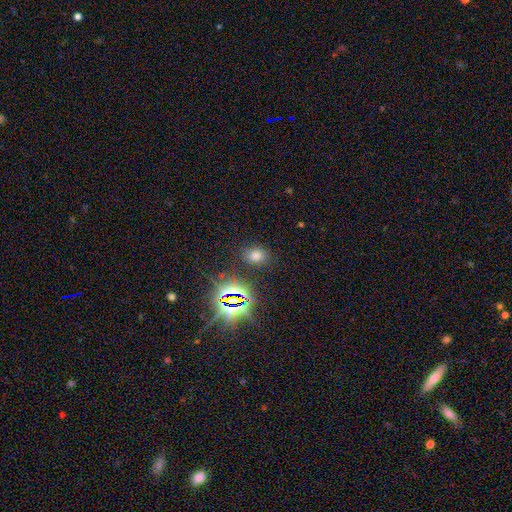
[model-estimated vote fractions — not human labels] Smooth or featured? smooth (60%)
How rounded? in between (55%)
Merging? none (85%)